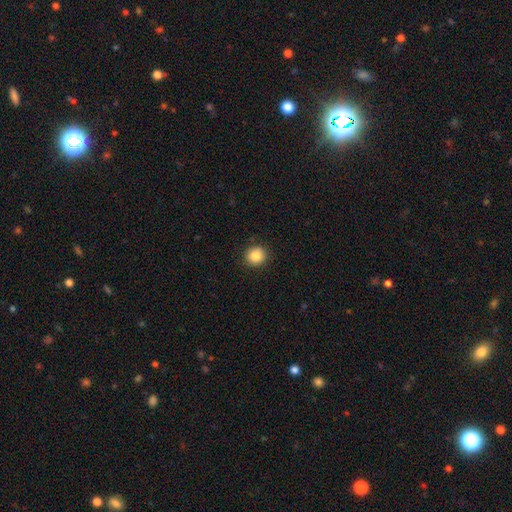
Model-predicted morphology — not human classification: A smooth galaxy with no disk features (85%) that is round (91%). Merging: none (91%).